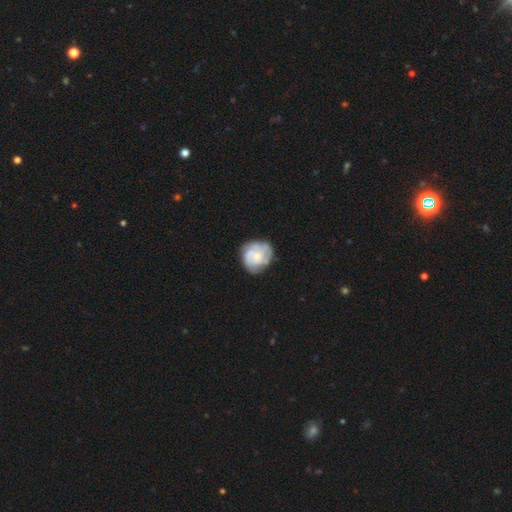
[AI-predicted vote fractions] Overall: featured or disk (67%). Edge-on disk: no (98%). Bar: no (77%). Spiral arms: yes (82%). Spiral arm count: can't tell (34%; 3 29%). Spiral winding: tight (56%; medium 34%). Bulge size: small (52%; moderate 35%). Merging: none (70%).